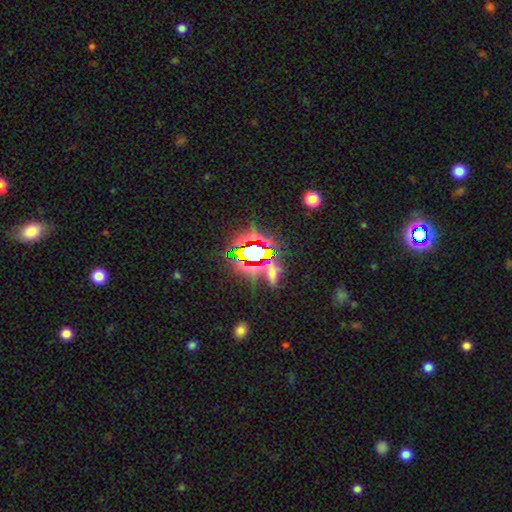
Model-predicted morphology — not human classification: type=star or artifact (79%).